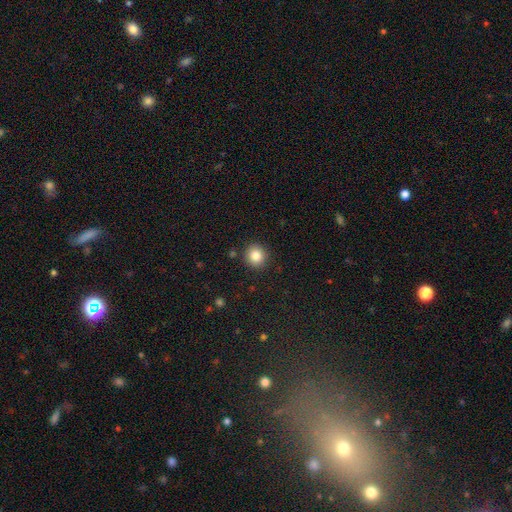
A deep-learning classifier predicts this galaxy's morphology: Overall: smooth (83%). How rounded: round (92%). Merging: none (90%).